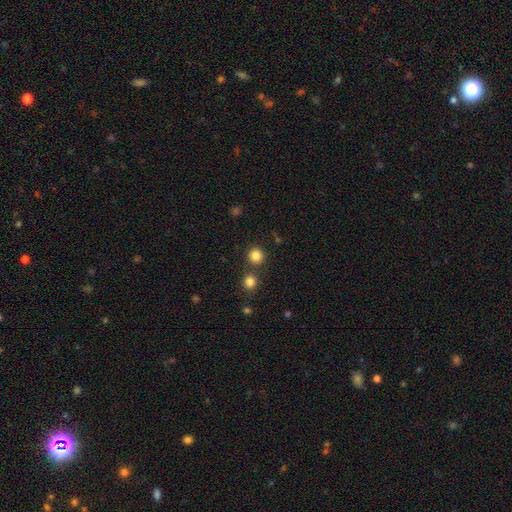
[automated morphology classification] A smooth galaxy with no disk features (83%) that is round (93%). Merging: none (82%).